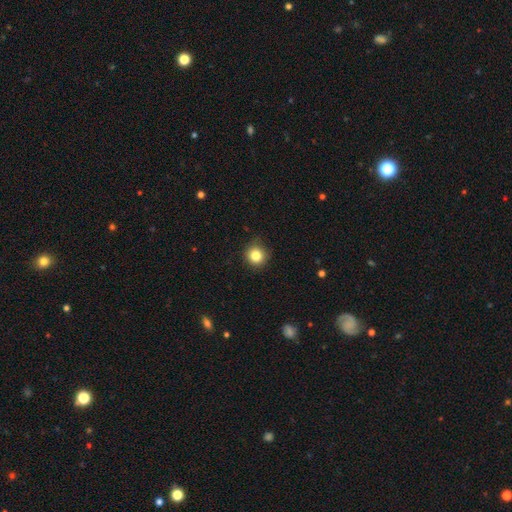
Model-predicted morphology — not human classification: This appears to be a smooth galaxy with no disk features (83%) that is round (93%). Merging: none (86%).